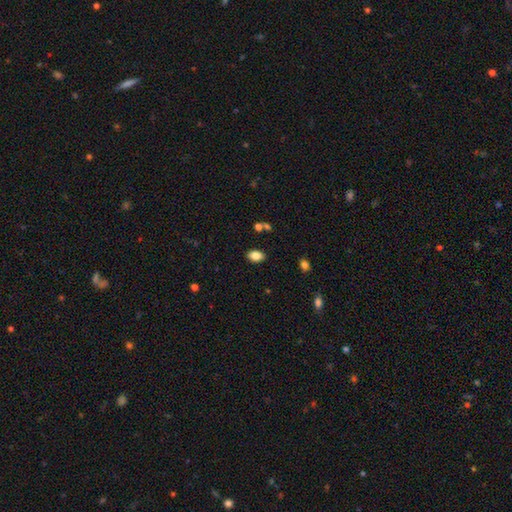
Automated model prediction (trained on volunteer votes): Smooth or featured? smooth (85%)
How rounded? in between (86%)
Merging? none (86%)